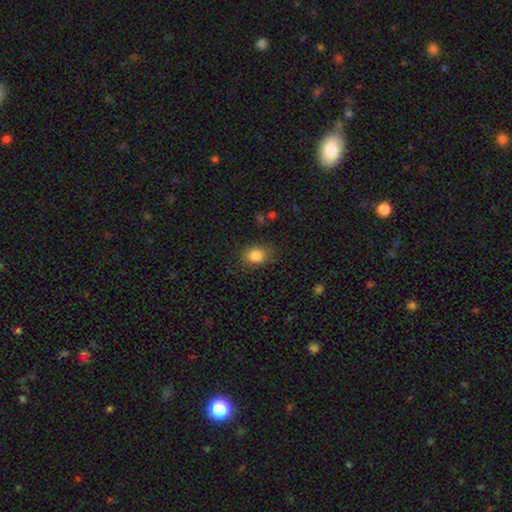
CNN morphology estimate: A smooth galaxy with no disk features (84%) that is in between round and cigar-shaped (57%). Merging: none (78%).